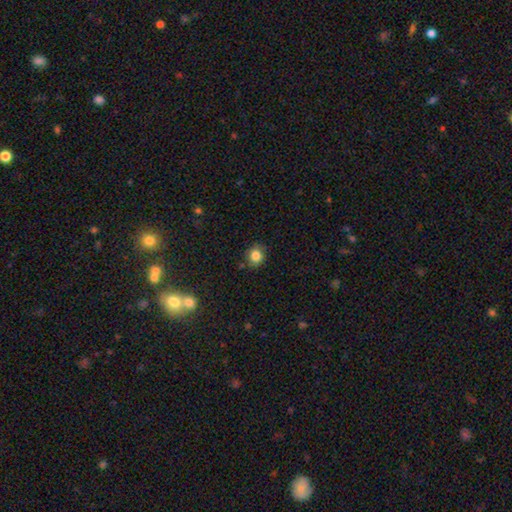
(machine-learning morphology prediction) Smooth or featured? Predicted: smooth (p=0.83). How rounded? Predicted: round (p=0.76). Merging? Predicted: none (p=0.85).